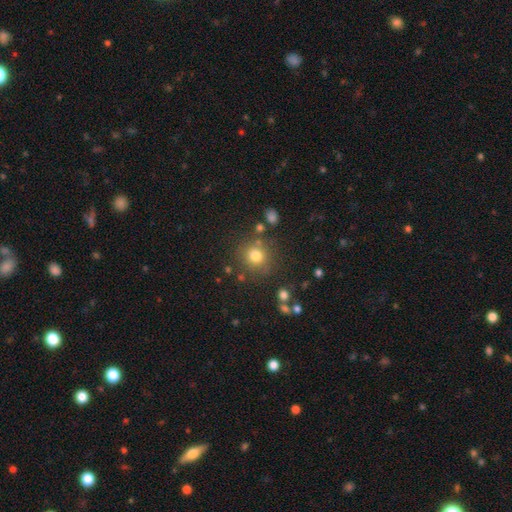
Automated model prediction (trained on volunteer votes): Smooth or featured?
  - smooth: 77% *
  - star or artifact: 15%
  - featured or disk: 8%
How rounded?
  - round: 90% *
  - in between: 10%
  - cigar-shaped: 1%
Merging?
  - none: 79% *
  - minor disturbance: 10%
  - merger: 6%
  - major disturbance: 4%